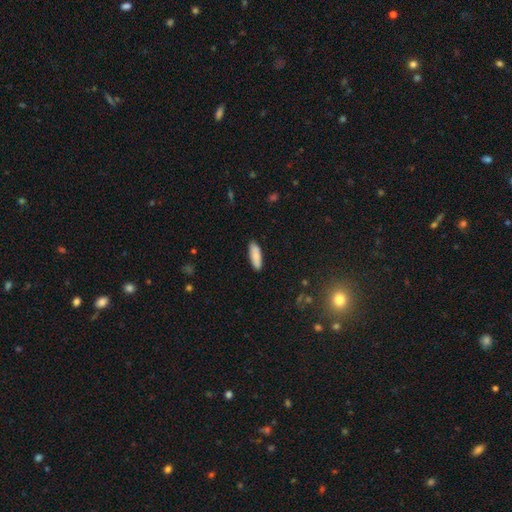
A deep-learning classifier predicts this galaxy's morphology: The model was most divided on "how rounded": in between: 57%, cigar-shaped: 41%, round: 2%. More confident: merging — none (89%); smooth or featured — smooth (86%).